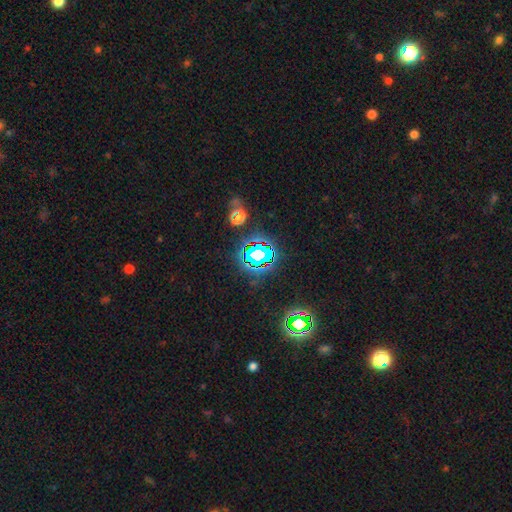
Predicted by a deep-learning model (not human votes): Q: Smooth or featured?
A: star or artifact (78%); runner-up: smooth (14%)